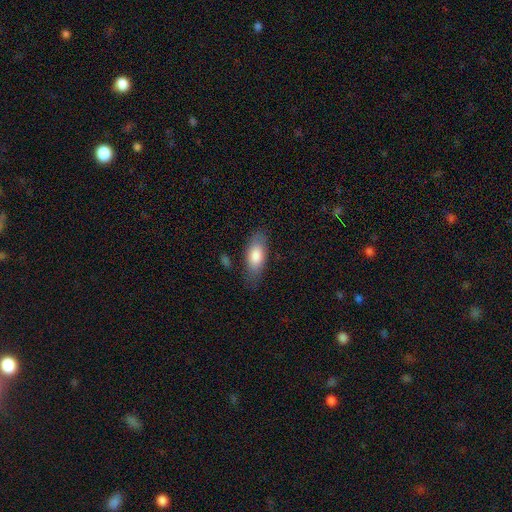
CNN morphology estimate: Overall: smooth (80%). How rounded: in between (80%). Merging: none (75%).